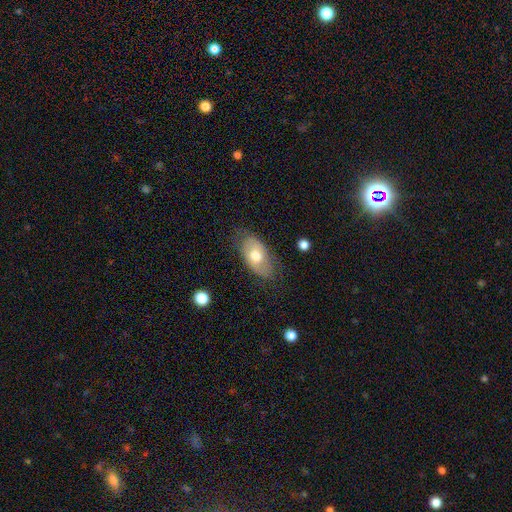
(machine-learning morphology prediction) A smooth galaxy with no disk features (60%) that is in between round and cigar-shaped (92%). Merging: none (70%).